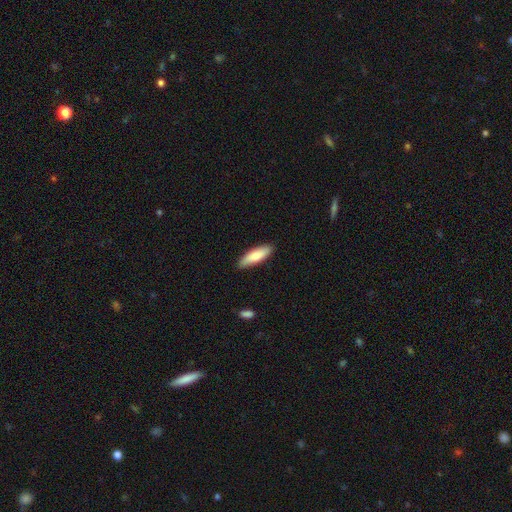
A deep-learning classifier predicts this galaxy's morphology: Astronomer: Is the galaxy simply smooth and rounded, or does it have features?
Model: smooth — 79%.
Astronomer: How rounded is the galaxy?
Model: cigar-shaped — 49%, tied with in between at 49%.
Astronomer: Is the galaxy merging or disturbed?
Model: none — 85%.